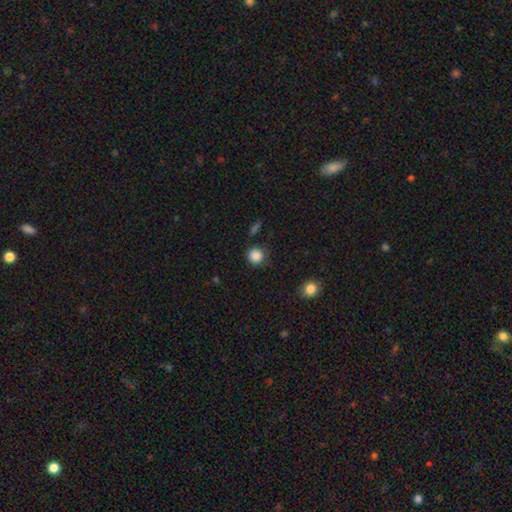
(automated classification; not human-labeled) A smooth galaxy with no disk features (86%) that is round (92%).

Vote fractions:
- Smooth or featured? smooth: 86% / star or artifact: 11% / featured or disk: 3%
- How rounded? round: 92% / in between: 7% / cigar-shaped: 1%
- Merging? none: 84% / minor disturbance: 11% / major disturbance: 3% / merger: 2%